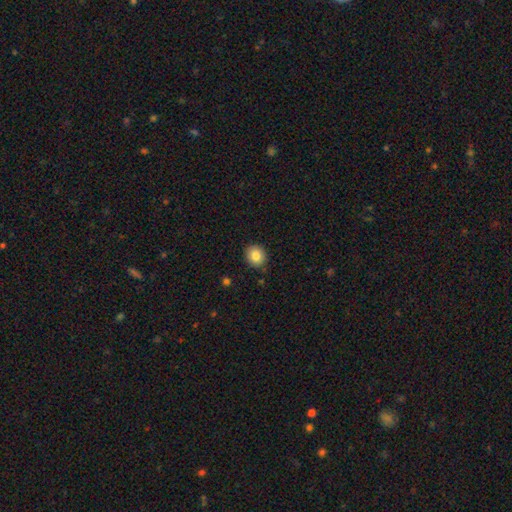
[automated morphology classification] A smooth galaxy with no disk features (84%) that is round (75%).

Vote fractions:
- Smooth or featured? smooth: 84% / star or artifact: 9% / featured or disk: 7%
- How rounded? round: 75% / in between: 24% / cigar-shaped: 1%
- Merging? none: 89% / minor disturbance: 8% / major disturbance: 2% / merger: 1%